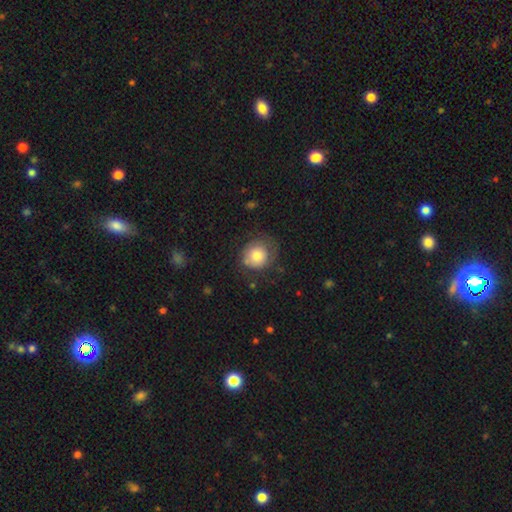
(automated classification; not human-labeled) This appears to be a smooth galaxy with no disk features (74%) that is round (84%). Merging: none (59%).